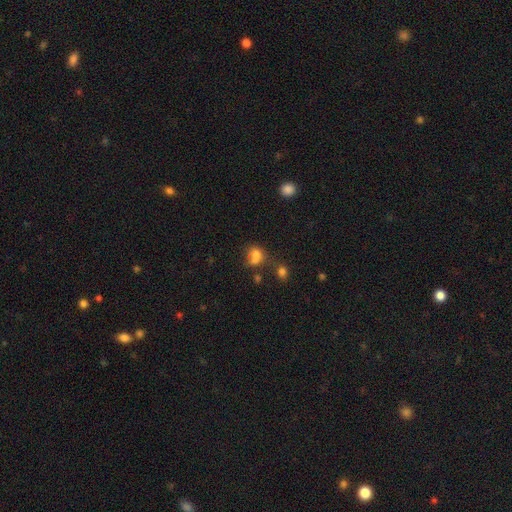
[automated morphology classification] type=smooth (69%); roundness=round (59%); merging=merger (43%).